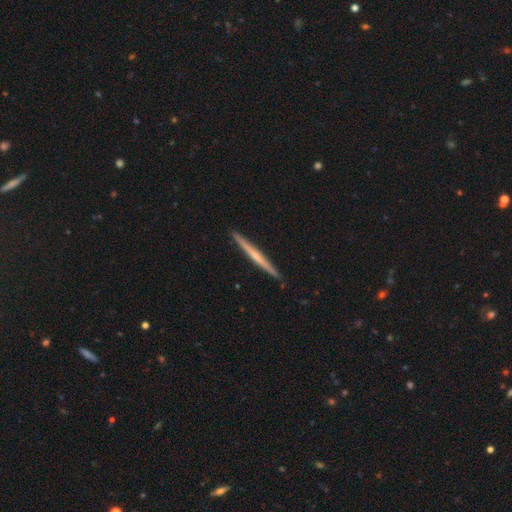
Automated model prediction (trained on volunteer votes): Smooth or featured? Predicted: featured or disk (p=0.62). Edge-on disk? Predicted: yes (p=0.98). Edge-on bulge? Predicted: none (p=0.57). Merging? Predicted: none (p=0.92).